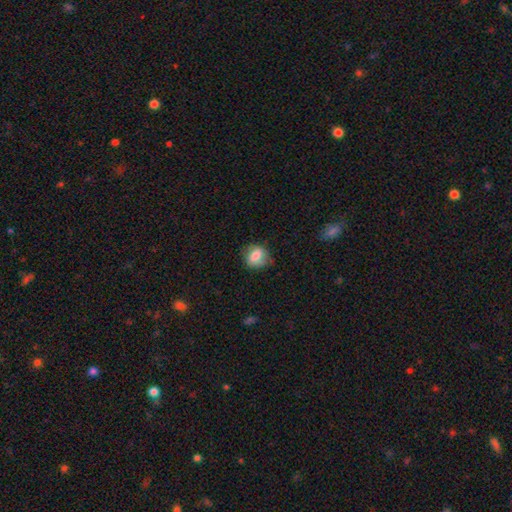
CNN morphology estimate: This appears to be a smooth galaxy with no disk features (68%) that is round (57%). Merging: none (67%).